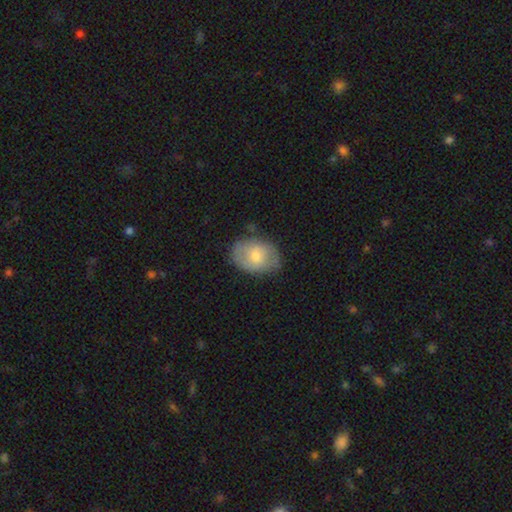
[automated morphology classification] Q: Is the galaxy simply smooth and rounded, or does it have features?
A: smooth — 60%.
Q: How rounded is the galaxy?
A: in between — 74%.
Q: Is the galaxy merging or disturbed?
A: none — 71%.